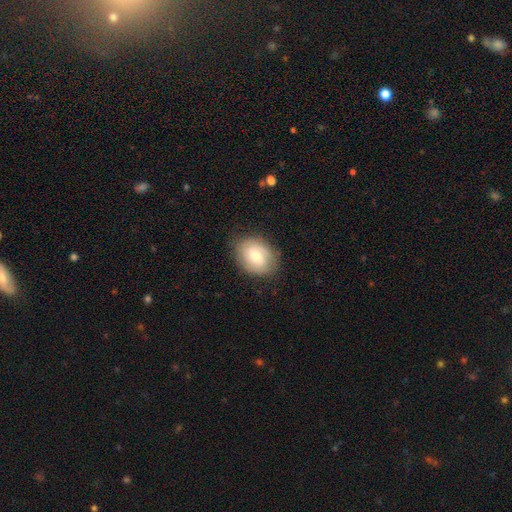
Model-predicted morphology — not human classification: Overall: smooth (64%; featured or disk 29%). How rounded: in between (67%; round 32%). Merging: none (80%).